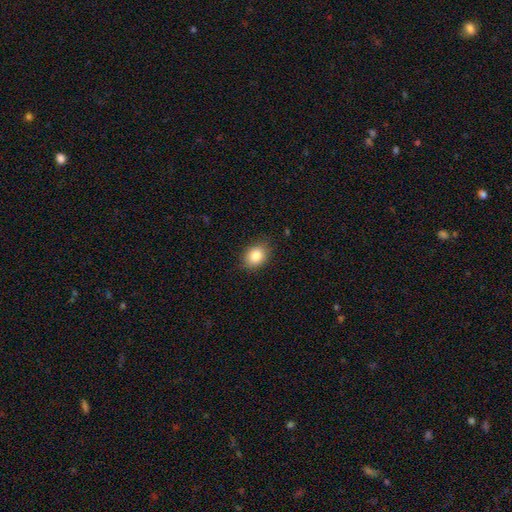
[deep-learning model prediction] Smooth or featured? Predicted: smooth (p=0.84). How rounded? Predicted: in between (p=0.55). Merging? Predicted: none (p=0.86).